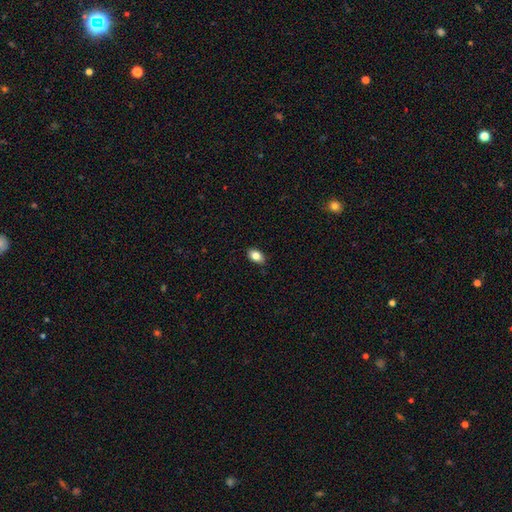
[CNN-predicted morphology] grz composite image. It shows a smooth galaxy with no disk features (82%) that is in between round and cigar-shaped (87%). Merging: none (86%).